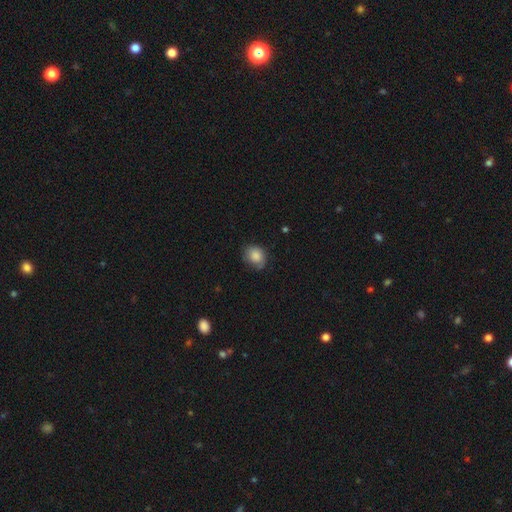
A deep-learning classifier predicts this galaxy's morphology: Q: Smooth or featured?
A: smooth (81%); runner-up: featured or disk (11%)
Q: How rounded?
A: round (55%); runner-up: in between (44%)
Q: Merging?
A: none (61%); runner-up: minor disturbance (29%)